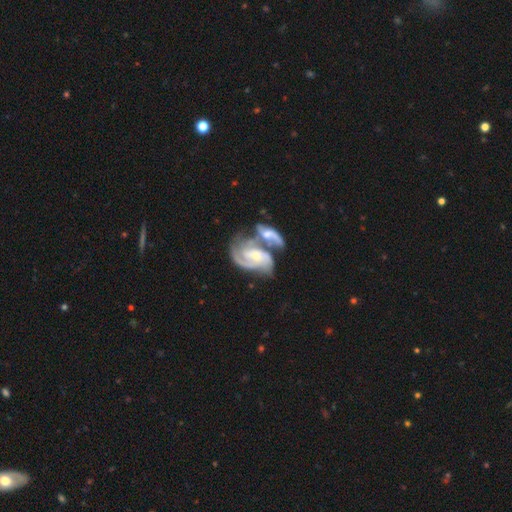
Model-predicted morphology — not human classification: smooth_or_featured: featured or disk (p=0.89) [alt: smooth p=0.06]
disk_edge_on: no (p=0.97) [alt: yes p=0.03]
bar: no (p=0.44) [alt: weak p=0.41]
has_spiral_arms: yes (p=0.97) [alt: no p=0.03]
spiral_winding: medium (p=0.48) [alt: tight p=0.41]
spiral_arm_count: 2 (p=0.51) [alt: 3 p=0.28]
bulge_size: small (p=0.51) [alt: moderate p=0.42]
merging: merger (p=0.62) [alt: none p=0.20]